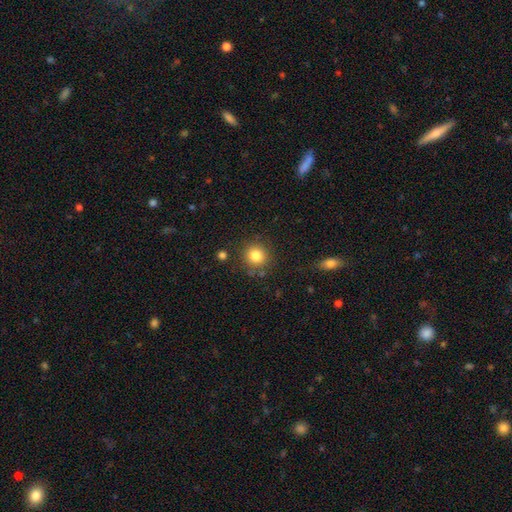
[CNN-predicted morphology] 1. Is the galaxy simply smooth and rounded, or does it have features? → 83% smooth, 11% star or artifact, 6% featured or disk.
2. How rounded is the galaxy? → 91% round, 8% in between, 1% cigar-shaped.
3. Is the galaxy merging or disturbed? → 84% none, 9% minor disturbance, 3% merger, 3% major disturbance.